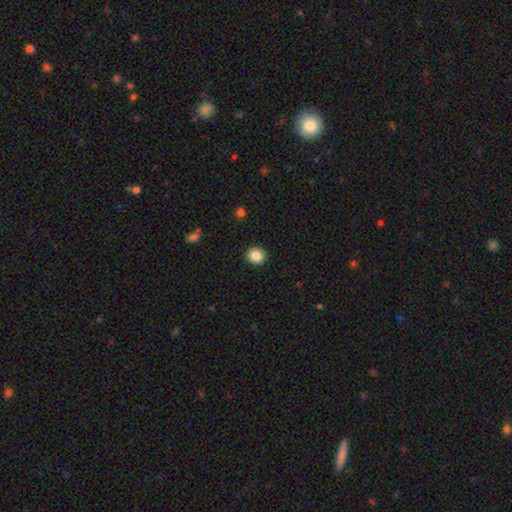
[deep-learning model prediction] smooth_or_featured: smooth (p=0.87) [alt: star or artifact p=0.09]
how_rounded: round (p=0.81) [alt: in between p=0.18]
merging: none (p=0.92) [alt: minor disturbance p=0.05]